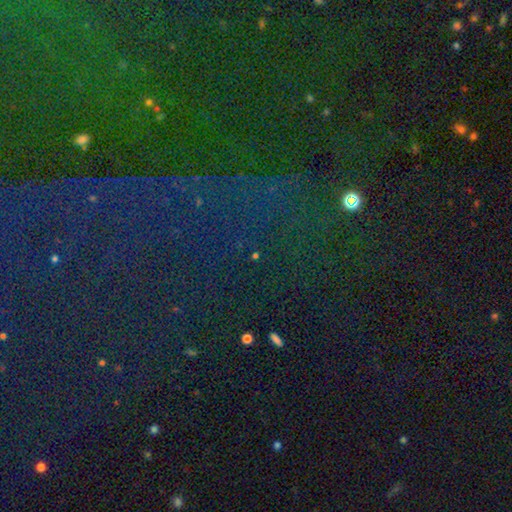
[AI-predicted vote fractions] smooth-or-featured: star or artifact: 77% | smooth: 14% | featured or disk: 8%